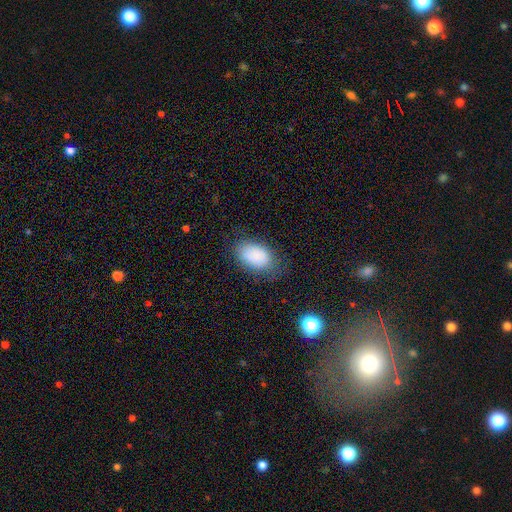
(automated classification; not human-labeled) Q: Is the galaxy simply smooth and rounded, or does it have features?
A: smooth — 86%.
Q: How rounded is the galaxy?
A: in between — 92%.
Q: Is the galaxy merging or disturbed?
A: none — 72%.